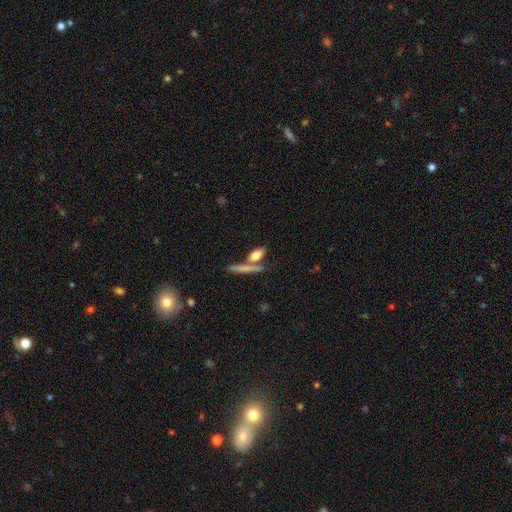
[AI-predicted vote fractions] smooth-or-featured: smooth: 72% | featured or disk: 20% | star or artifact: 8%
  how-rounded: in between: 57% | cigar-shaped: 35% | round: 8%
  merging: none: 56% | merger: 27% | minor disturbance: 11% | major disturbance: 5%